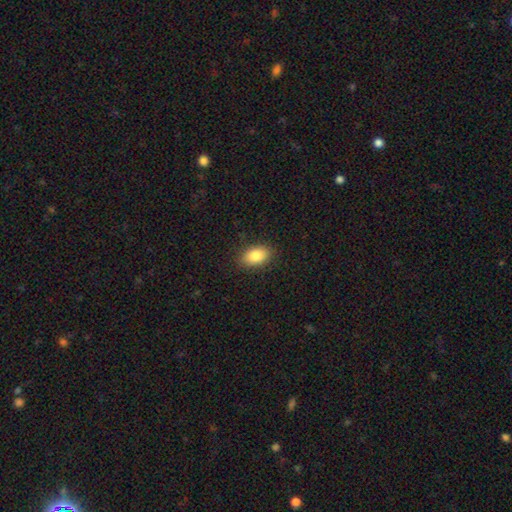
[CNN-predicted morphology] Smooth or featured: smooth — 85% (star or artifact — 8%)
How rounded: in between — 89% (round — 9%)
Merging: none — 88% (minor disturbance — 9%)